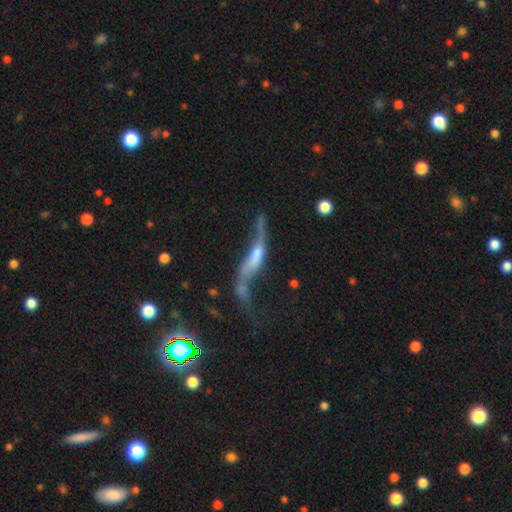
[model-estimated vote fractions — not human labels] Smooth or featured: featured or disk — 67% (smooth — 24%)
Edge-on disk: no — 59% (yes — 41%)
Merging: major disturbance — 35% (merger — 24%)